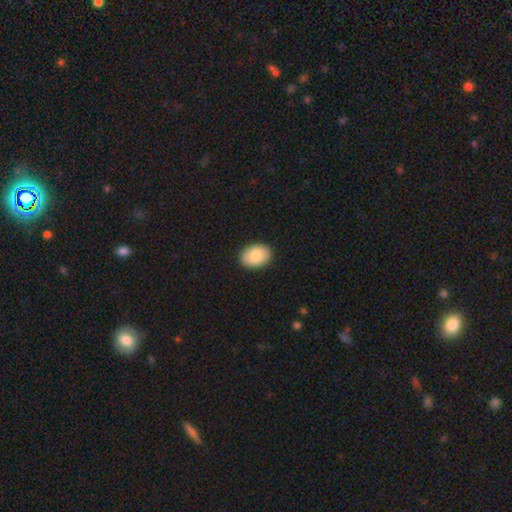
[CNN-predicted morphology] This is clearly a smooth galaxy (87%). How rounded: clearly in between (82%). Merging: clearly none (90%).